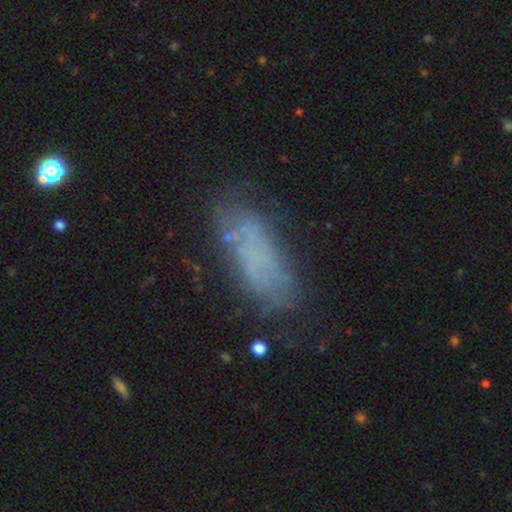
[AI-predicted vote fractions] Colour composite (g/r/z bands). It shows a smooth galaxy with no disk features (46%). Merging: none (56%).